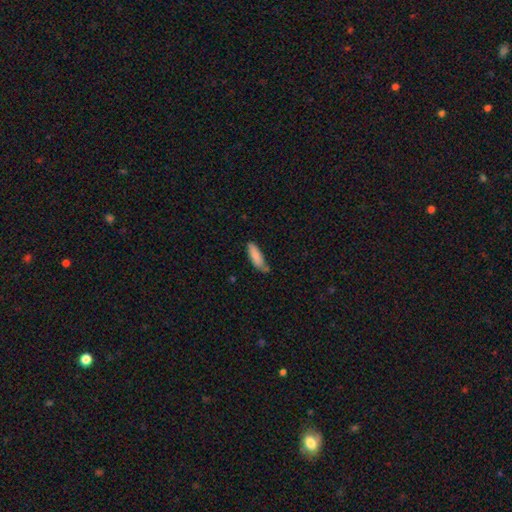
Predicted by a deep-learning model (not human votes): This appears to be a smooth galaxy with no disk features (85%) that is cigar-shaped (52%). Merging: none (62%).